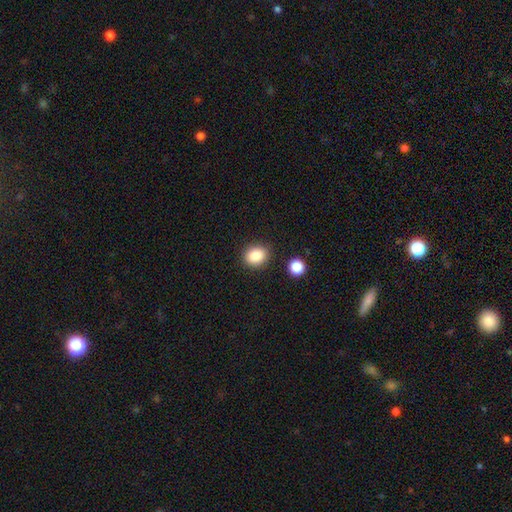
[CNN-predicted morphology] Q: Smooth or featured?
A: smooth (86%); runner-up: star or artifact (10%)
Q: How rounded?
A: round (59%); runner-up: in between (40%)
Q: Merging?
A: none (86%); runner-up: minor disturbance (9%)